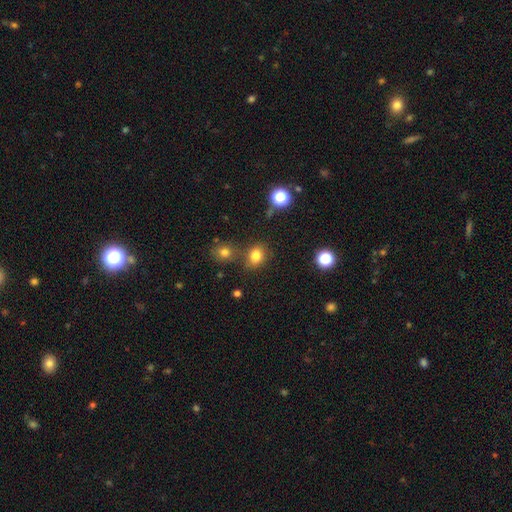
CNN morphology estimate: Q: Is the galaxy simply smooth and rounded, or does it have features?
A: smooth — 79%.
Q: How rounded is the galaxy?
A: round — 55%.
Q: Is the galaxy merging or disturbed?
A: none — 70%.